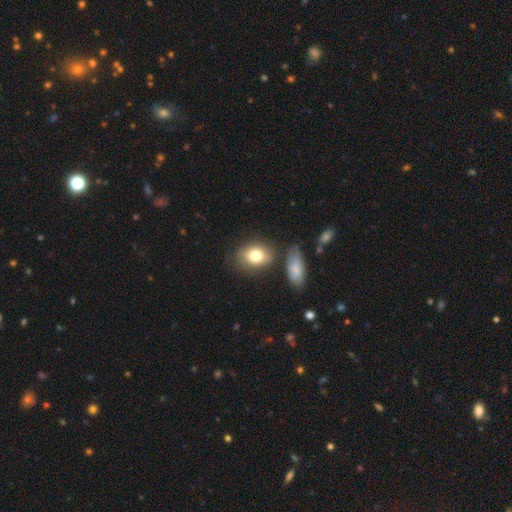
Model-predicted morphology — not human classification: type=smooth (79%); roundness=in between (66%); merging=none (71%).